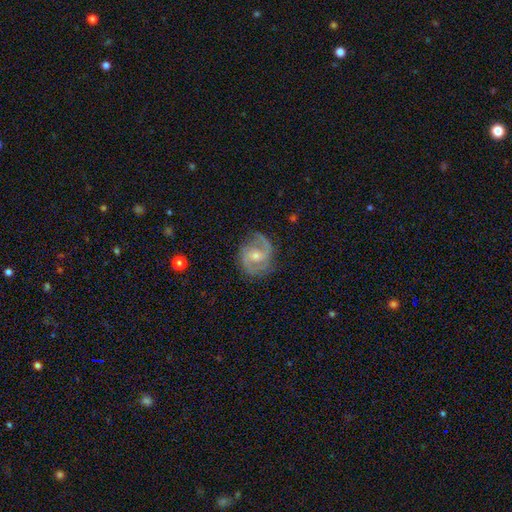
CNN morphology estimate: featured or disk 86%, smooth 7%, star or artifact 6%. Down the decision tree: edge-on disk — no (98%); bar — weak (45%); spiral arms — yes (97%); spiral arm count — 2 (86%); spiral winding — medium (54%); bulge size — small (51%); merging — none (78%).